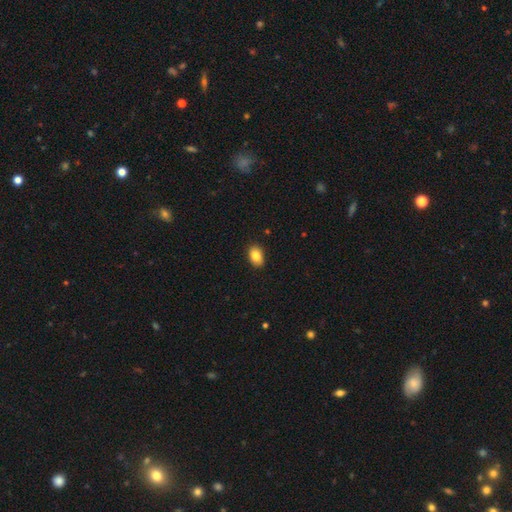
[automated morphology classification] Smooth or featured?
  - smooth: 86% *
  - star or artifact: 8%
  - featured or disk: 6%
How rounded?
  - in between: 85% *
  - round: 13%
  - cigar-shaped: 1%
Merging?
  - none: 88% *
  - minor disturbance: 9%
  - major disturbance: 2%
  - merger: 1%